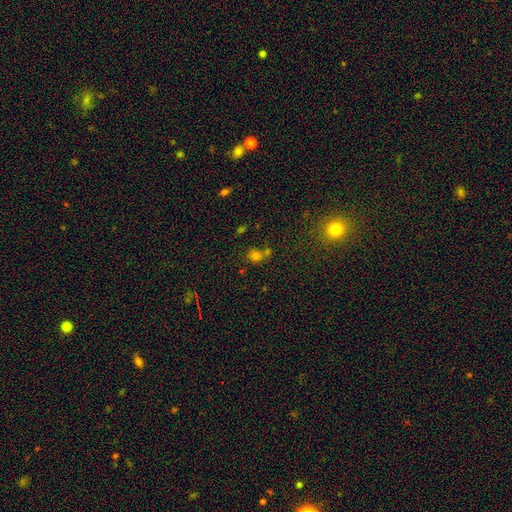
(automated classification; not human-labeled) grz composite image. It shows a smooth galaxy with no disk features (69%) that is round (67%). Merging: none (48%).